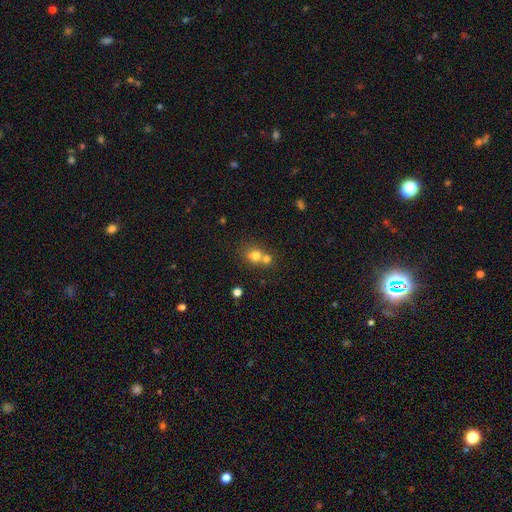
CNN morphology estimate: smooth-or-featured: smooth: 73% | star or artifact: 14% | featured or disk: 14%
  how-rounded: round: 72% | in between: 27% | cigar-shaped: 1%
  merging: merger: 54% | none: 36% | minor disturbance: 7% | major disturbance: 3%